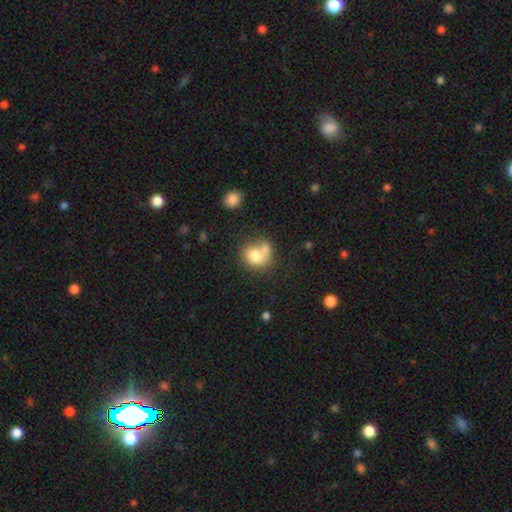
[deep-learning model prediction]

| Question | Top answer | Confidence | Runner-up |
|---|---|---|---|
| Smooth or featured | smooth | 76% | featured or disk (15%) |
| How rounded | round | 66% | in between (33%) |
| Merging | merger | 40% | none (37%) |